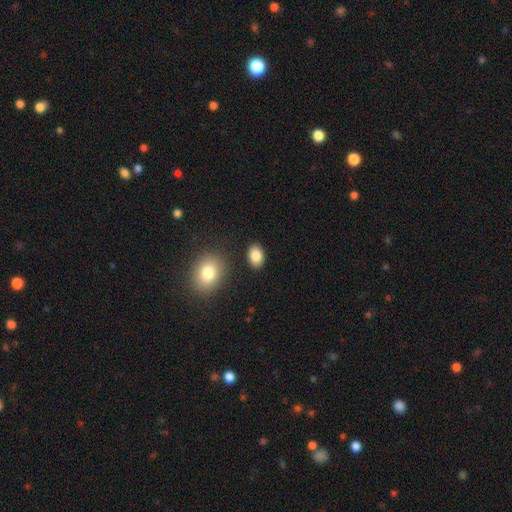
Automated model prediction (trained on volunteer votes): Smooth or featured?
  - smooth: 86% *
  - star or artifact: 8%
  - featured or disk: 6%
How rounded?
  - in between: 84% *
  - round: 15%
  - cigar-shaped: 1%
Merging?
  - none: 85% *
  - minor disturbance: 8%
  - merger: 4%
  - major disturbance: 2%